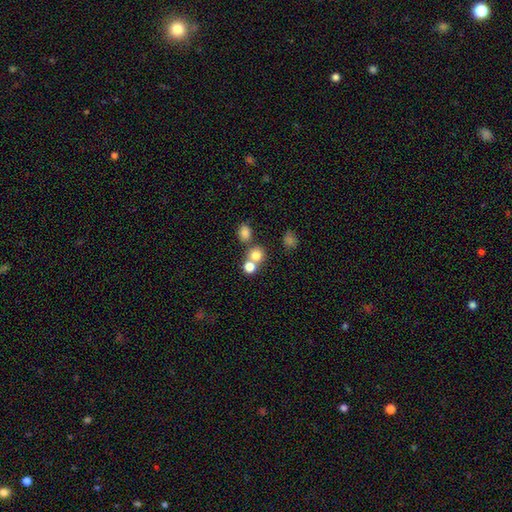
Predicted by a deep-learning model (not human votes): Morphology: type=smooth (77%); roundness=round (84%); merging=none (49%).